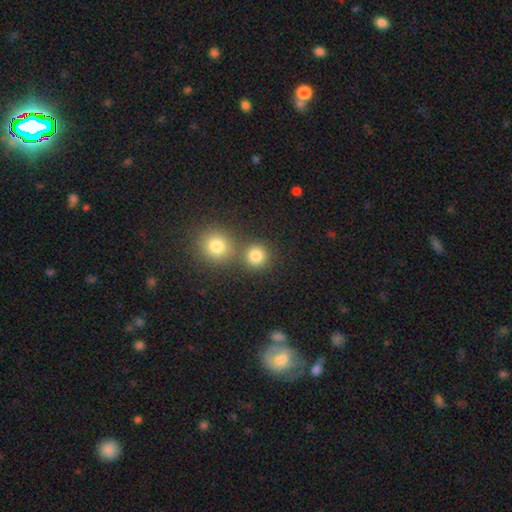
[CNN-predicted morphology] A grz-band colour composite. It shows a smooth galaxy with no disk features (81%) that is round (91%). Merging: none (65%).